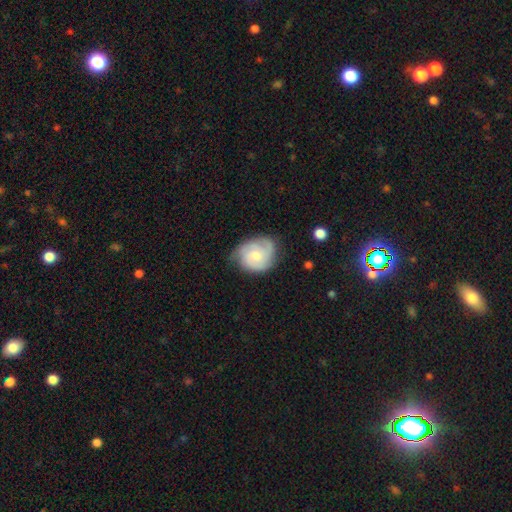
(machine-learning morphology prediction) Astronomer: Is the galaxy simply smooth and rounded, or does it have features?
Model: featured or disk — 69%.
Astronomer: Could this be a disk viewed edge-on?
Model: no — 98%.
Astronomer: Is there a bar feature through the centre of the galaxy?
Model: no — 71%.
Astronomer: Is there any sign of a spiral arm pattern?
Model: yes — 93%.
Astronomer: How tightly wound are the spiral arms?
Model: tight — 54% (runner-up: medium, 37%).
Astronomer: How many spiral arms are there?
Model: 3 — 37% (runner-up: 2, 30%).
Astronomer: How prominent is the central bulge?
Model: moderate — 57% (runner-up: small, 36%).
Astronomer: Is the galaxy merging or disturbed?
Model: none — 63%.